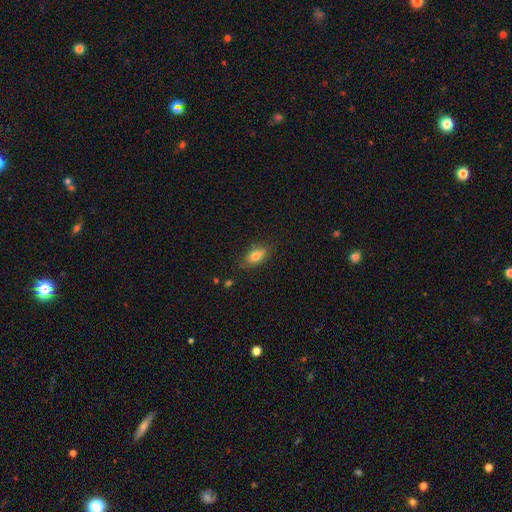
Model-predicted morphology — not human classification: This appears to be a smooth galaxy with no disk features (78%) that is in between round and cigar-shaped (85%). Merging: none (79%).